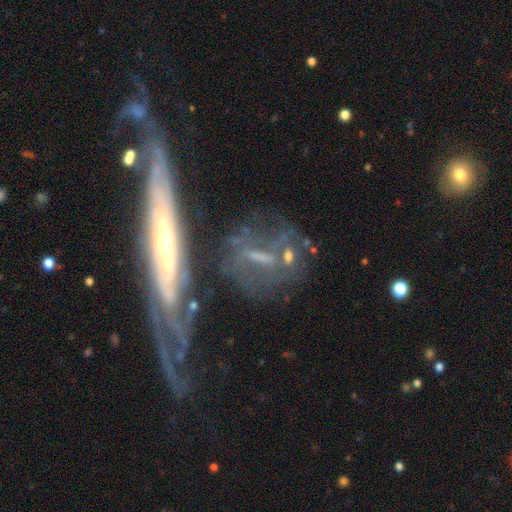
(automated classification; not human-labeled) Smooth or featured: featured or disk — 58% (star or artifact — 23%)
Edge-on disk: no — 84% (yes — 16%)
Merging: none — 42% (major disturbance — 25%)